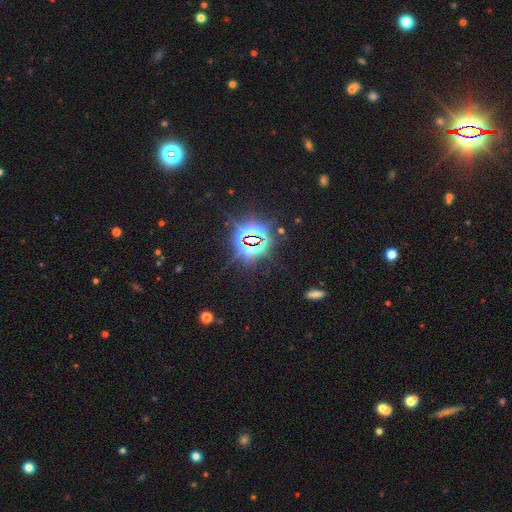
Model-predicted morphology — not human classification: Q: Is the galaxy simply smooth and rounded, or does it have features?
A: star or artifact — 83%.